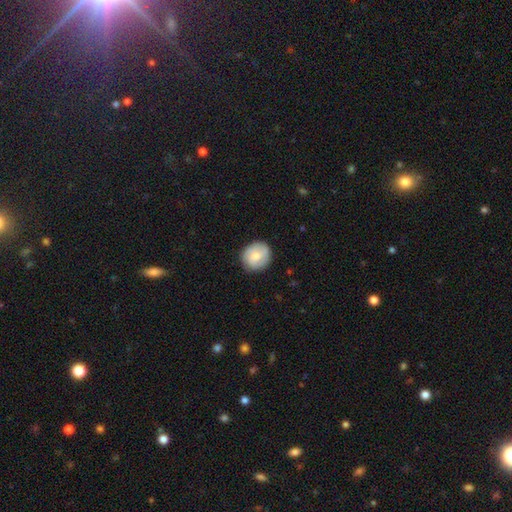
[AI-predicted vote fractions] smooth_or_featured: smooth (p=0.72) [alt: featured or disk p=0.22]
how_rounded: round (p=0.85) [alt: in between p=0.14]
merging: none (p=0.84) [alt: minor disturbance p=0.12]